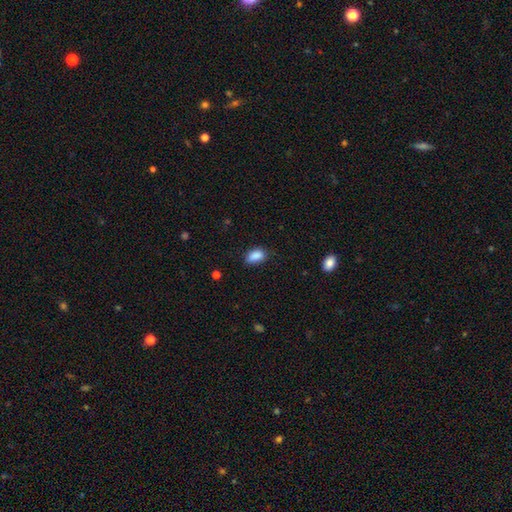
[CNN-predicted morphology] This appears to be a smooth galaxy with no disk features (88%) that is in between round and cigar-shaped (89%). Merging: none (69%).